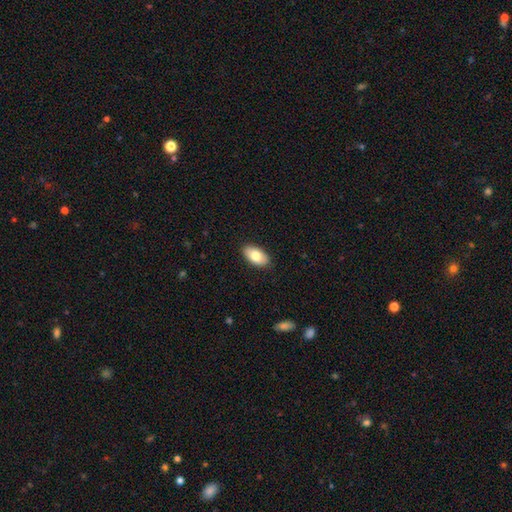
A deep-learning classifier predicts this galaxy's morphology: Smooth or featured?
  - smooth: 77% *
  - featured or disk: 16%
  - star or artifact: 6%
How rounded?
  - in between: 94% *
  - round: 4%
  - cigar-shaped: 2%
Merging?
  - none: 88% *
  - minor disturbance: 9%
  - major disturbance: 2%
  - merger: 1%